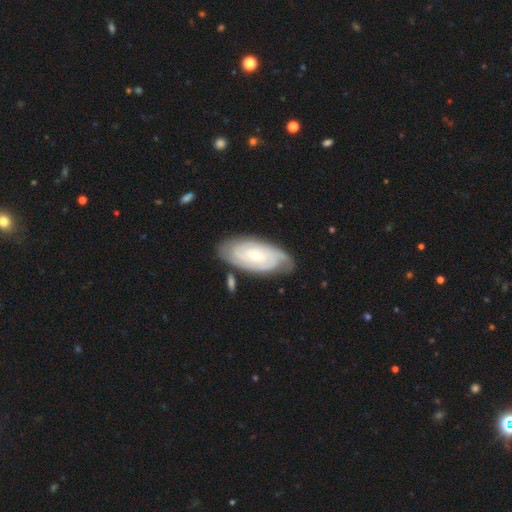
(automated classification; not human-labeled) Smooth or featured?
  - featured or disk: 79% *
  - smooth: 16%
  - star or artifact: 5%
Edge-on disk?
  - no: 93% *
  - yes: 7%
Bar?
  - no: 54% *
  - weak: 36%
  - strong: 10%
Spiral arms?
  - yes: 94% *
  - no: 6%
Spiral winding?
  - tight: 74% *
  - medium: 21%
  - loose: 5%
Spiral arm count?
  - can't tell: 35% *
  - 2: 33%
  - 3: 16%
  - 4: 8%
  - 1: 4%
  - more than 4: 4%
Bulge size?
  - small: 65% *
  - moderate: 31%
  - none: 1%
  - large: 1%
  - dominant: 1%
Merging?
  - none: 75% *
  - minor disturbance: 17%
  - major disturbance: 4%
  - merger: 4%